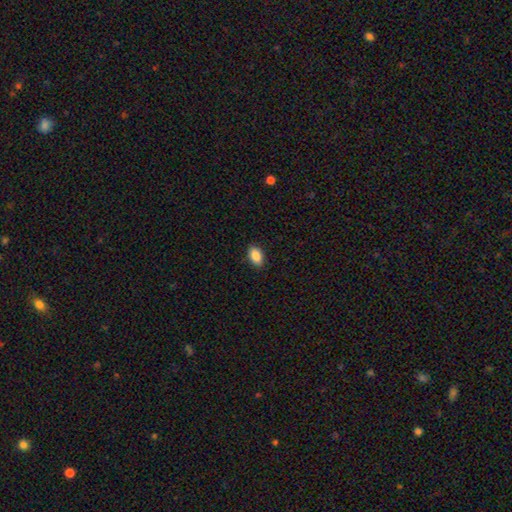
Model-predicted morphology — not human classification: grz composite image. It shows a smooth galaxy with no disk features (88%) that is in between round and cigar-shaped (91%). Merging: none (90%).